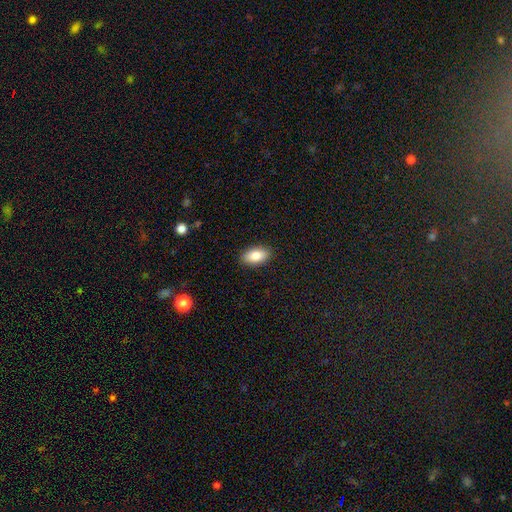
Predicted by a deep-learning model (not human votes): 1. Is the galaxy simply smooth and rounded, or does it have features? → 86% smooth, 7% featured or disk, 7% star or artifact.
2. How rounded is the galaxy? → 93% in between, 4% round, 3% cigar-shaped.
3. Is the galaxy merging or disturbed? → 90% none, 7% minor disturbance, 2% major disturbance, 1% merger.